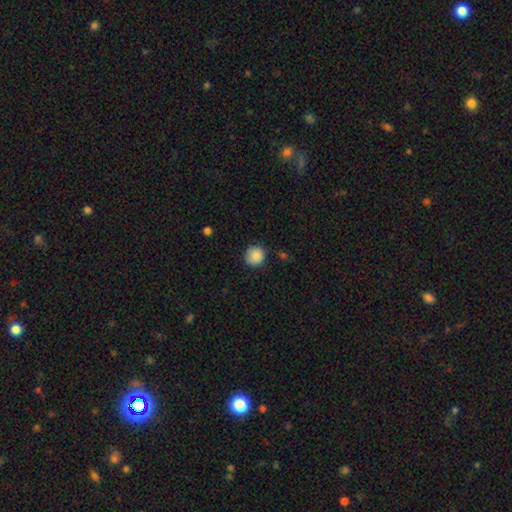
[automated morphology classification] A smooth galaxy with no disk features (88%) that is round (90%). Merging: none (85%).